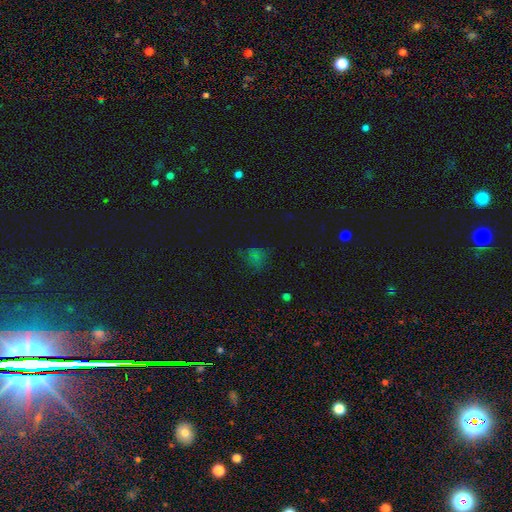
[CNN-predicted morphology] smooth-or-featured: smooth: 48% | star or artifact: 42% | featured or disk: 10%
  merging: none: 63% | minor disturbance: 20% | major disturbance: 14% | merger: 3%